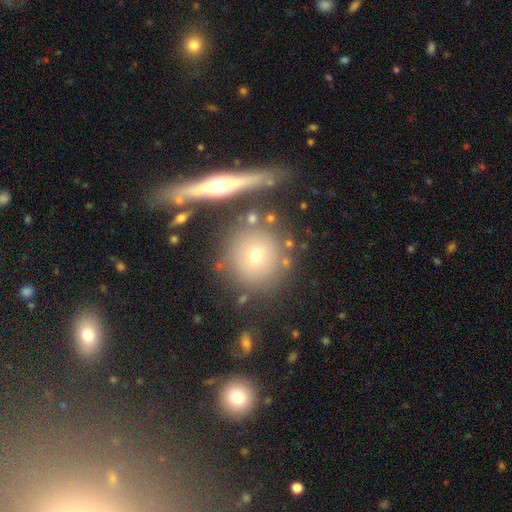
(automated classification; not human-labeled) Smooth or featured?
  - smooth: 61% *
  - featured or disk: 27%
  - star or artifact: 12%
How rounded?
  - round: 88% *
  - in between: 9%
  - cigar-shaped: 3%
Merging?
  - none: 74% *
  - minor disturbance: 11%
  - merger: 11%
  - major disturbance: 5%